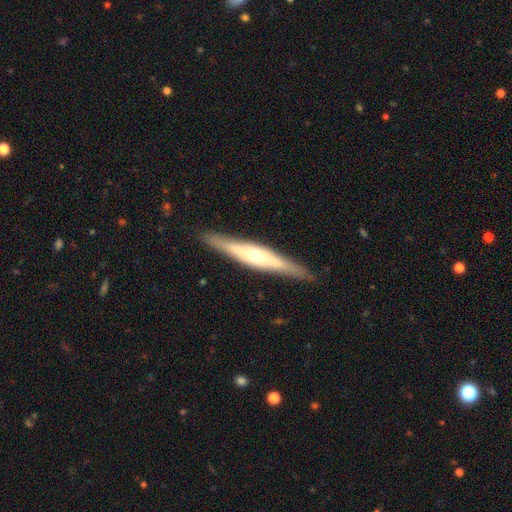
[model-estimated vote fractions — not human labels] Smooth or featured?
  - featured or disk: 70% *
  - smooth: 25%
  - star or artifact: 5%
Edge-on disk?
  - yes: 94% *
  - no: 6%
Edge-on bulge?
  - rounded: 79% *
  - boxy: 13%
  - none: 8%
Merging?
  - none: 88% *
  - minor disturbance: 9%
  - major disturbance: 2%
  - merger: 1%